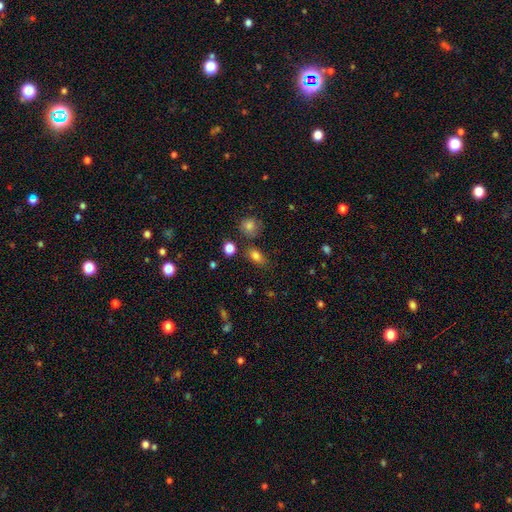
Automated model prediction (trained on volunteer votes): Smooth or featured? Predicted: smooth (p=0.82). How rounded? Predicted: in between (p=0.82). Merging? Predicted: none (p=0.74).